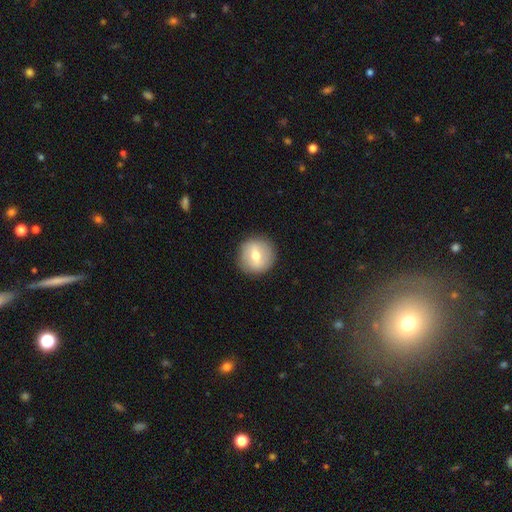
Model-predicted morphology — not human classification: A smooth galaxy with no disk features (58%) that is round (93%). Merging: none (89%).